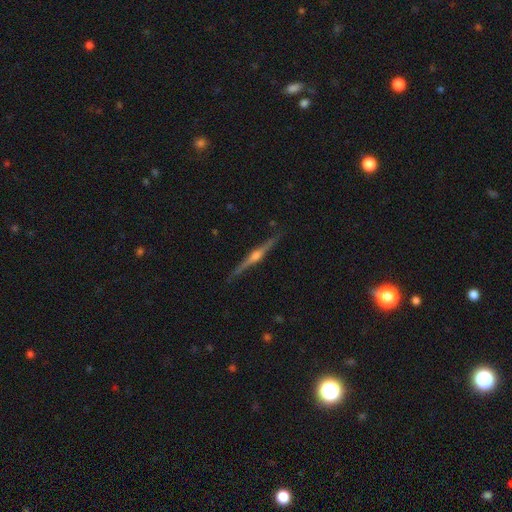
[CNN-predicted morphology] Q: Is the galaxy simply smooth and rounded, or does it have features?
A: featured or disk — 86%.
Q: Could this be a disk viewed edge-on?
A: yes — 98%.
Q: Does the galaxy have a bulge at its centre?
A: rounded — 93%.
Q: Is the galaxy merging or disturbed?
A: none — 89%.